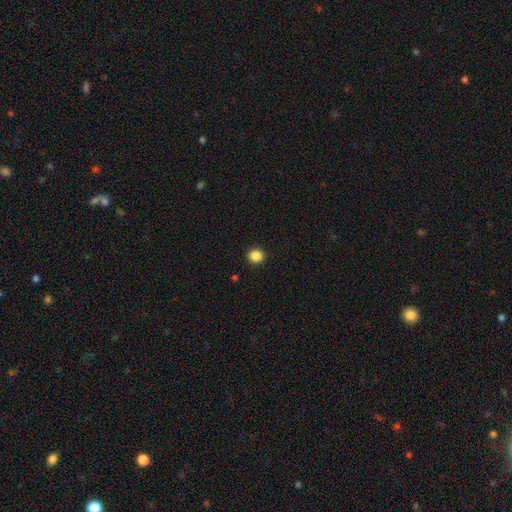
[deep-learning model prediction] smooth_or_featured: smooth (p=0.86) [alt: star or artifact p=0.11]
how_rounded: round (p=0.92) [alt: in between p=0.07]
merging: none (p=0.93) [alt: minor disturbance p=0.04]